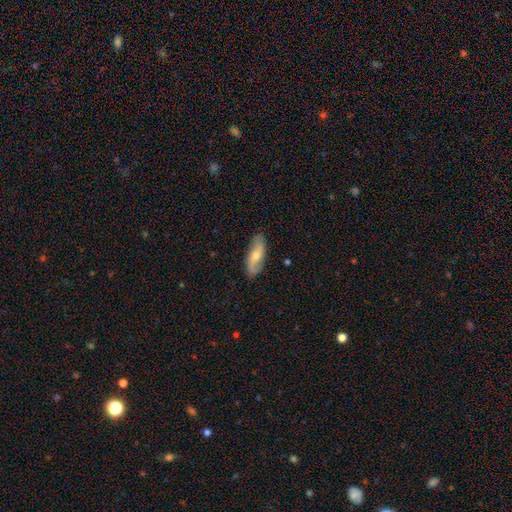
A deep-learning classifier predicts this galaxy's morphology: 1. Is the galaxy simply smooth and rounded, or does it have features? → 55% featured or disk, 39% smooth, 7% star or artifact.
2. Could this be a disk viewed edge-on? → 82% no, 18% yes.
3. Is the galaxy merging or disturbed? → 84% none, 12% minor disturbance, 2% major disturbance, 1% merger.